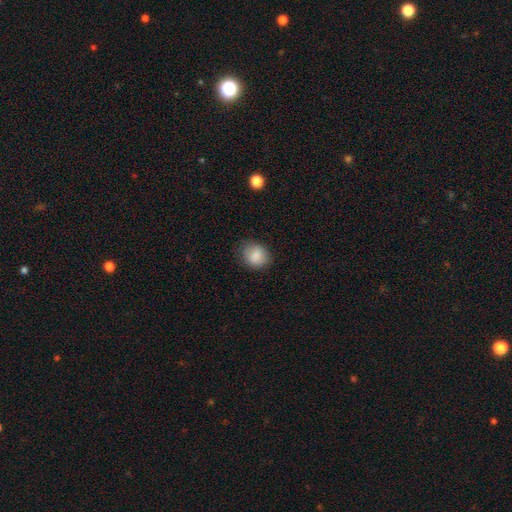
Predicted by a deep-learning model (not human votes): Smooth or featured? Predicted: smooth (p=0.87). How rounded? Predicted: round (p=0.57). Merging? Predicted: none (p=0.77).